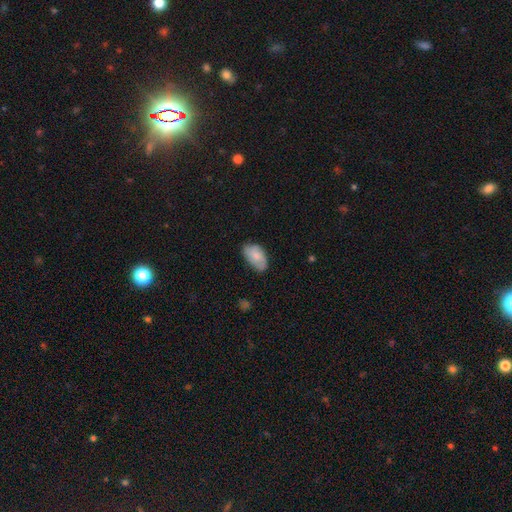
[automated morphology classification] This appears to be a smooth galaxy with no disk features (76%) that is in between round and cigar-shaped (94%). Merging: none (61%).